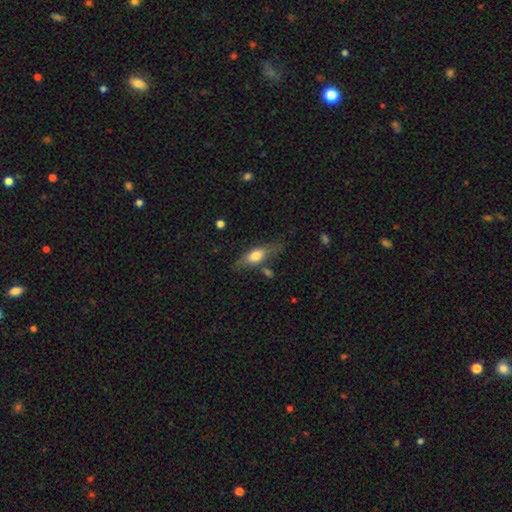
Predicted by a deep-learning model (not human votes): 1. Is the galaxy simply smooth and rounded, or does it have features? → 59% smooth, 34% featured or disk, 7% star or artifact.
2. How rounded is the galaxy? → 60% in between, 36% cigar-shaped, 4% round.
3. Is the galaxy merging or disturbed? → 64% none, 22% minor disturbance, 7% merger, 7% major disturbance.